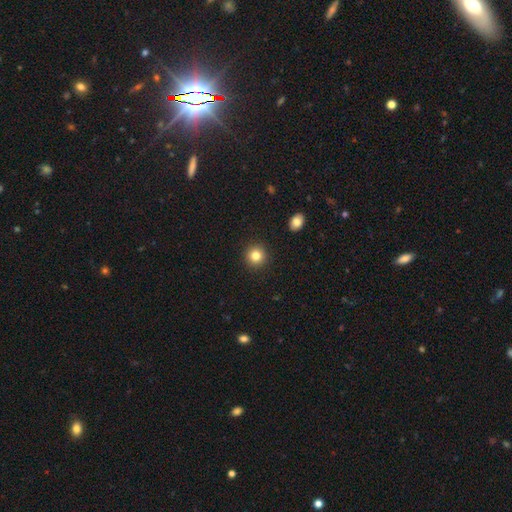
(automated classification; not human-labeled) This is clearly a smooth galaxy (82%). How rounded: clearly round (93%). Merging: clearly none (92%).